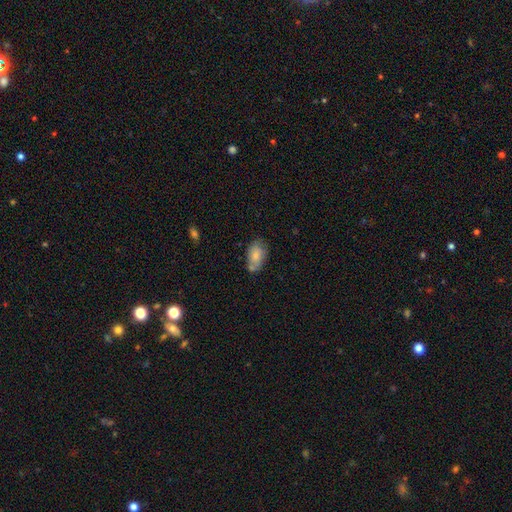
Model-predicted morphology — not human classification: This appears to be a smooth galaxy with no disk features (77%) that is in between round and cigar-shaped (91%). Merging: none (56%).